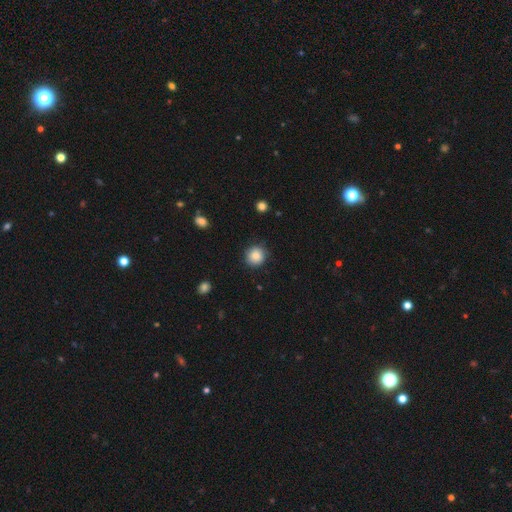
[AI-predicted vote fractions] A smooth galaxy with no disk features (84%) that is round (91%). Merging: none (84%).